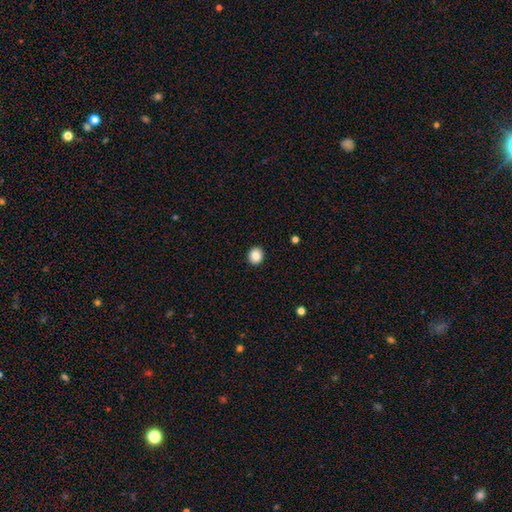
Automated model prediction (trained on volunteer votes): Smooth or featured? smooth (87%)
How rounded? round (79%)
Merging? none (92%)